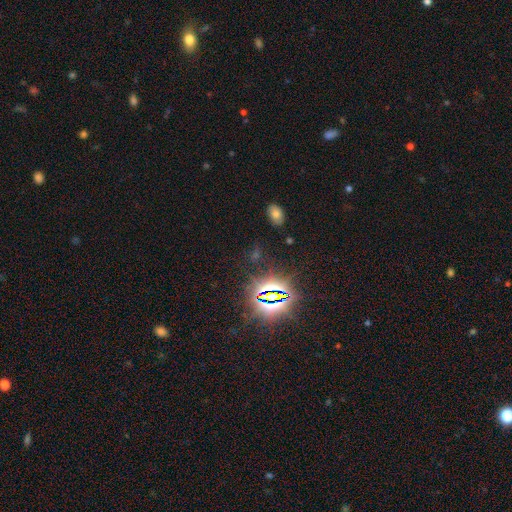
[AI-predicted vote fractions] Smooth or featured? star or artifact (63%)